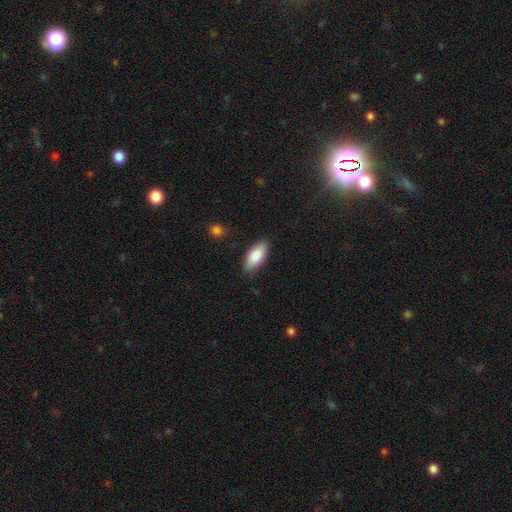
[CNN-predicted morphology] The model was most divided on "merging": none: 83%, minor disturbance: 13%, major disturbance: 3%, merger: 1%. More confident: how rounded — in between (89%); smooth or featured — smooth (87%).